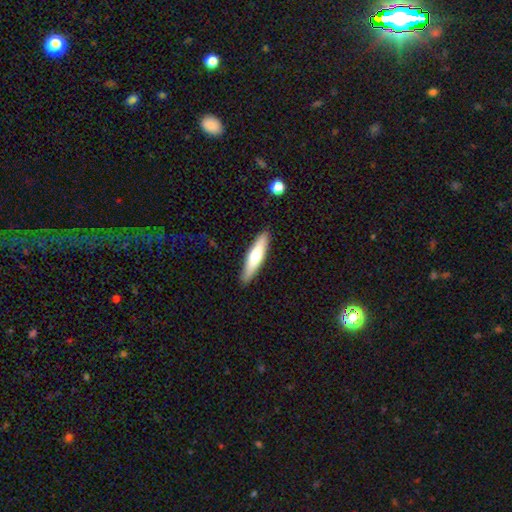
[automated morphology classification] Smooth or featured? Predicted: smooth (p=0.60). How rounded? Predicted: cigar-shaped (p=0.78). Merging? Predicted: none (p=0.89).